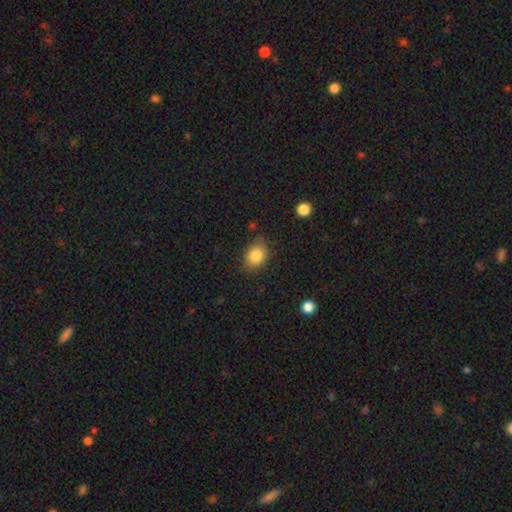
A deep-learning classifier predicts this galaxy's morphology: Overall: smooth (85%). How rounded: in between (60%; round 39%). Merging: none (77%).